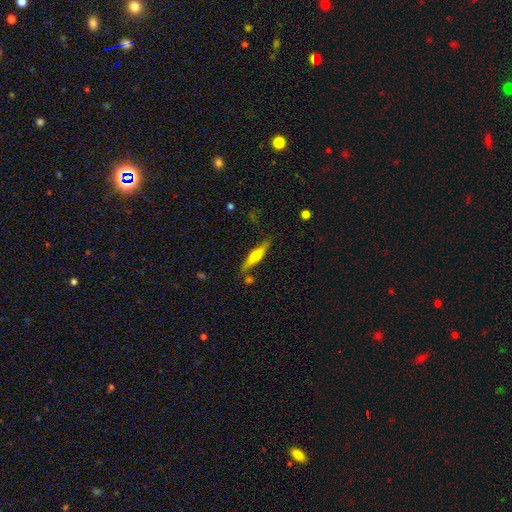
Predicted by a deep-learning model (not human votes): Overall: featured or disk (53%; smooth 41%). Edge-on disk: yes (95%). Edge-on bulge: rounded (89%). Merging: none (80%).